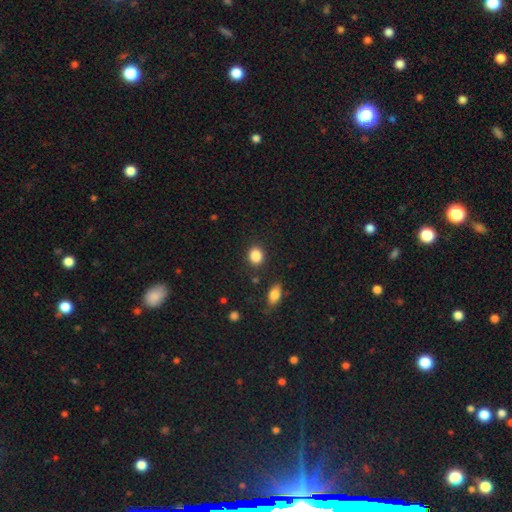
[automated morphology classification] Overall: smooth (87%). How rounded: round (65%; in between 34%). Merging: none (86%).